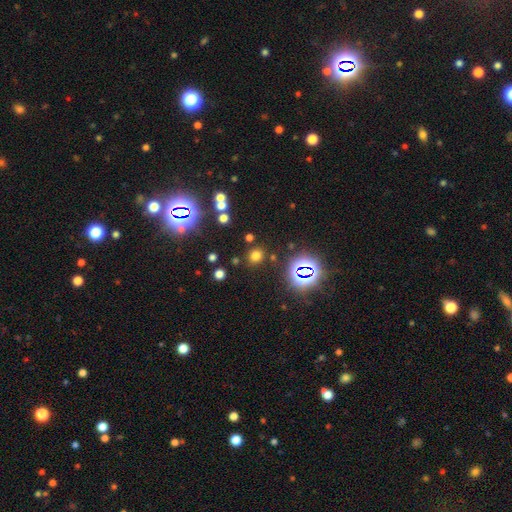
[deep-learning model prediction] Overall: smooth (65%; star or artifact 29%). How rounded: round (82%). Merging: none (84%).